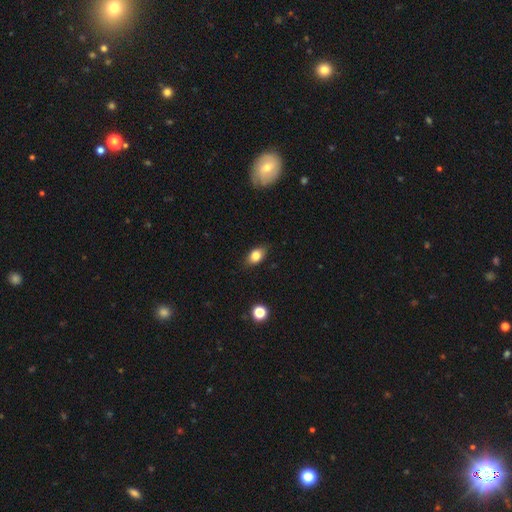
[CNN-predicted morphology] Smooth or featured?
  - smooth: 81% *
  - featured or disk: 10%
  - star or artifact: 9%
How rounded?
  - in between: 81% *
  - round: 16%
  - cigar-shaped: 3%
Merging?
  - none: 83% *
  - minor disturbance: 14%
  - major disturbance: 3%
  - merger: 1%